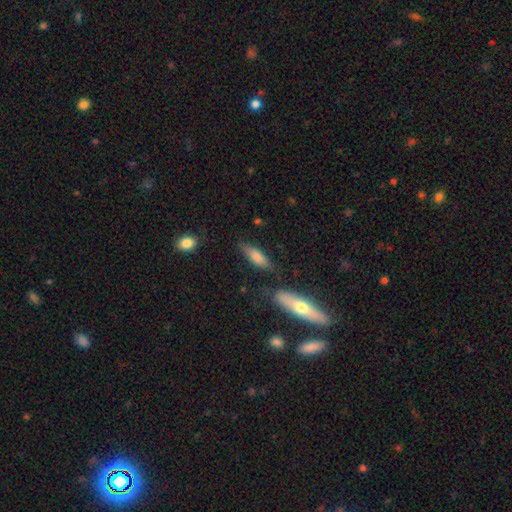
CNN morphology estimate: This appears to be a smooth galaxy with no disk features (75%) that is in between round and cigar-shaped (52%). Merging: none (71%).